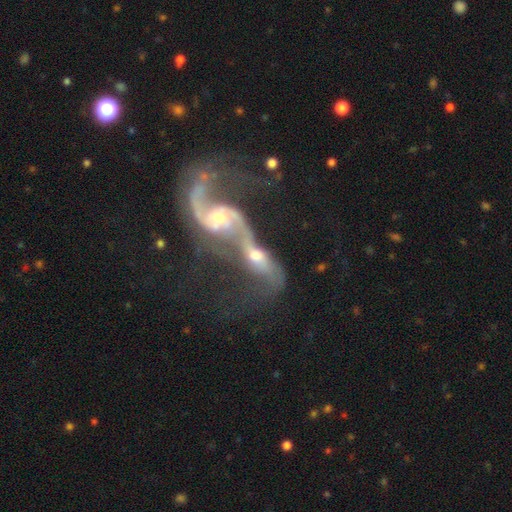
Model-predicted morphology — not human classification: This appears to be a featured or disk galaxy (78%) with no bar (51%), 2 (80%) loose (68%) spiral arms (86%) and a moderate central bulge (49%). Merging: merger (76%).